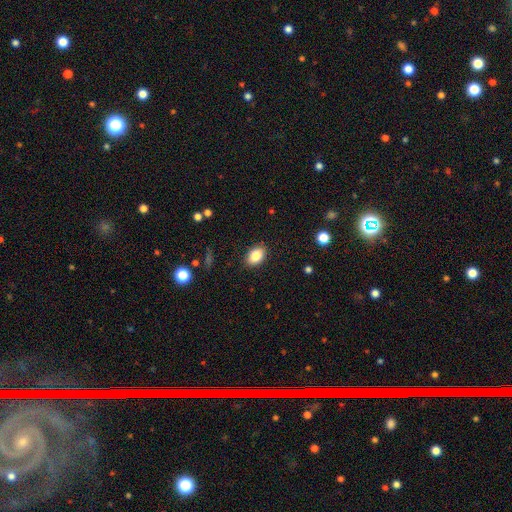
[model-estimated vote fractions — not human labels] The model was most divided on "how rounded": in between: 83%, round: 16%, cigar-shaped: 1%. More confident: merging — none (89%); smooth or featured — smooth (85%).